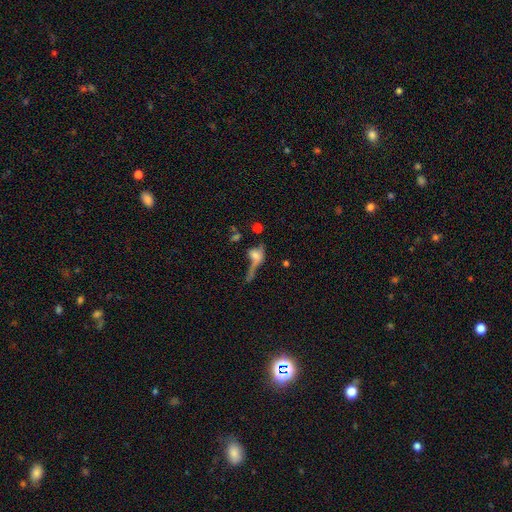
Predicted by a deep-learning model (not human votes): Smooth or featured: smooth — 45% (featured or disk — 38%)
Merging: none — 30% (major disturbance — 29%)